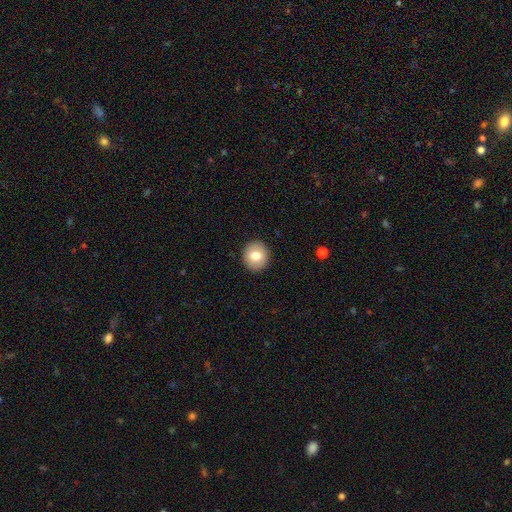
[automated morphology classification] This is likely a smooth galaxy (77%). How rounded: clearly round (87%). Merging: clearly none (92%).